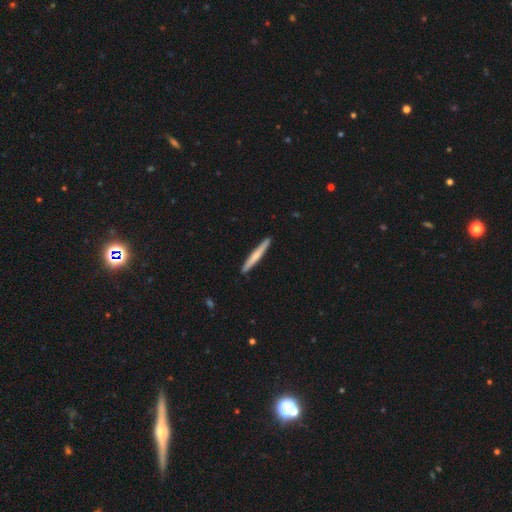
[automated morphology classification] type=smooth (57%); roundness=cigar-shaped (96%); merging=none (91%).